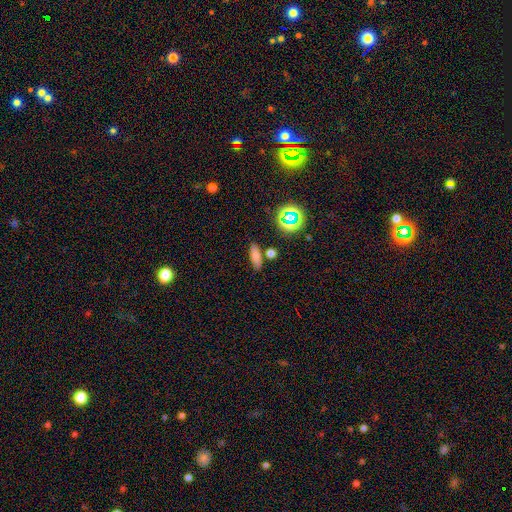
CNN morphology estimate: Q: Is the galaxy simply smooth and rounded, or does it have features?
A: smooth — 73%.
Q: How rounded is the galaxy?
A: in between — 48%.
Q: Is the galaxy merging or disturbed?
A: none — 81%.